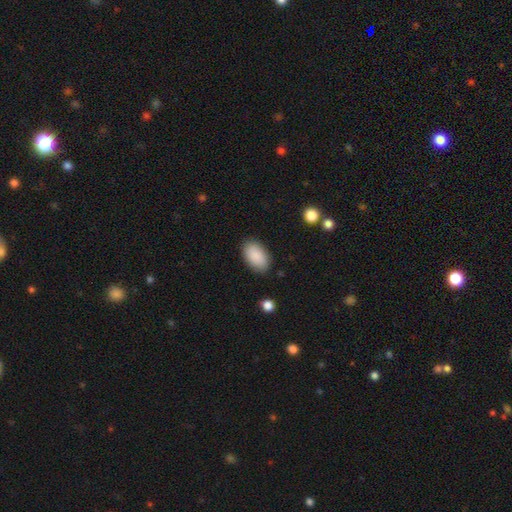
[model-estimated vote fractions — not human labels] This appears to be a smooth galaxy with no disk features (89%) that is in between round and cigar-shaped (94%). Merging: none (86%).